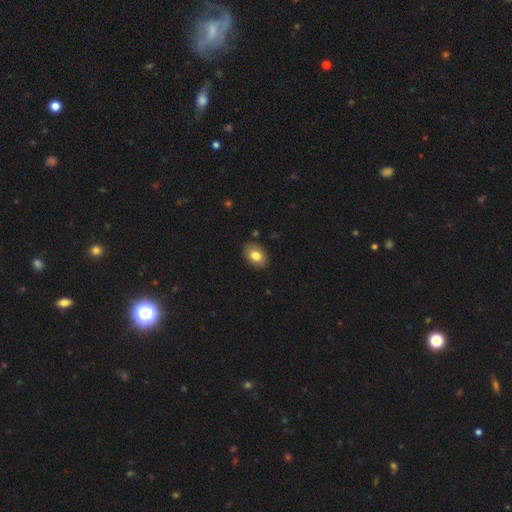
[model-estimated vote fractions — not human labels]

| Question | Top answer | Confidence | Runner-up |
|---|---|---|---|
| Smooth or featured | smooth | 81% | featured or disk (11%) |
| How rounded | in between | 78% | round (21%) |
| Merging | none | 87% | minor disturbance (10%) |